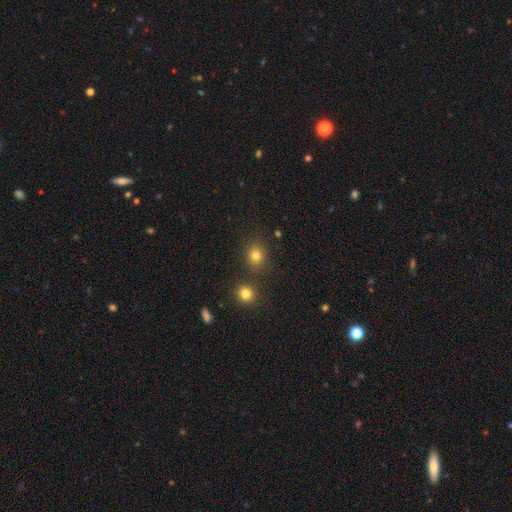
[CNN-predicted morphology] Smooth or featured? Predicted: smooth (p=0.79). How rounded? Predicted: round (p=0.75). Merging? Predicted: none (p=0.81).